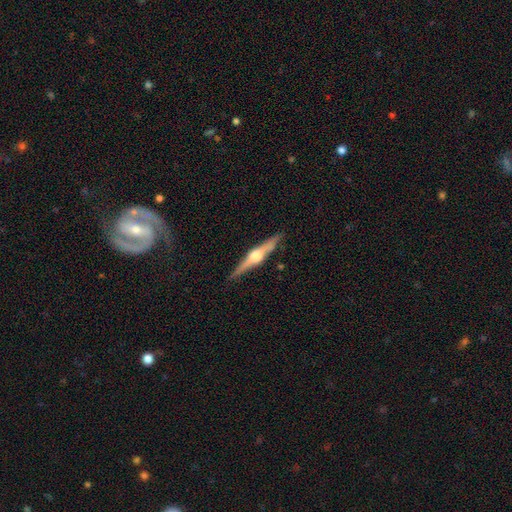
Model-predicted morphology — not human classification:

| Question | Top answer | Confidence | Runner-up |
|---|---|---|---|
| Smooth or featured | featured or disk | 77% | smooth (17%) |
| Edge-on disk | yes | 98% | no (2%) |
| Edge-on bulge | rounded | 93% | boxy (5%) |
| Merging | none | 89% | minor disturbance (9%) |